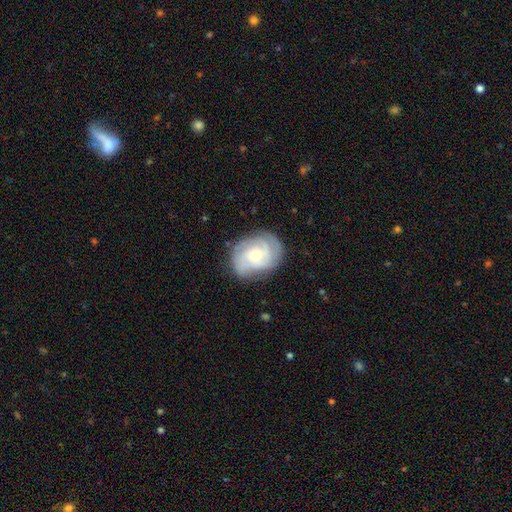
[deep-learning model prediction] Morphology: type=featured or disk (76%); edge-on=no (97%); bar=no (71%); spiral arms=yes (94%); winding=tight (61%); arm count=3 (30%); bulge=small (48%); merging=none (76%).